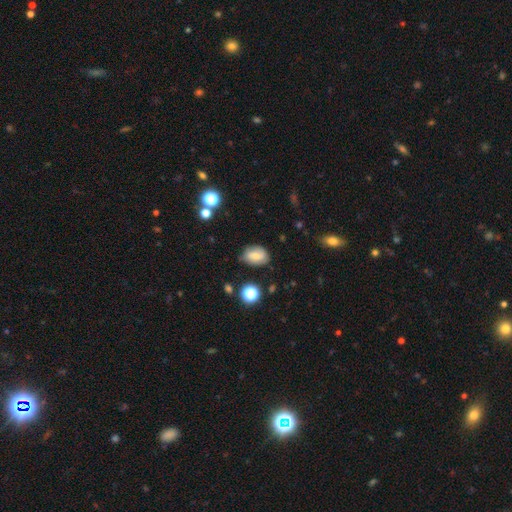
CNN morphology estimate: Smooth or featured: smooth — 71% (featured or disk — 19%)
How rounded: in between — 77% (round — 22%)
Merging: none — 71% (minor disturbance — 22%)